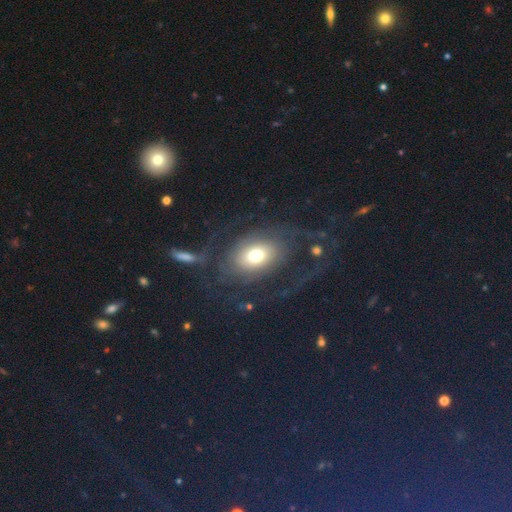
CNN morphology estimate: The model was most divided on "merging": none: 55%, major disturbance: 28%, minor disturbance: 13%, merger: 4%. More confident: edge-on disk — no (94%); bar — no (78%); spiral arms — yes (76%); smooth or featured — featured or disk (62%); bulge size — moderate (58%).